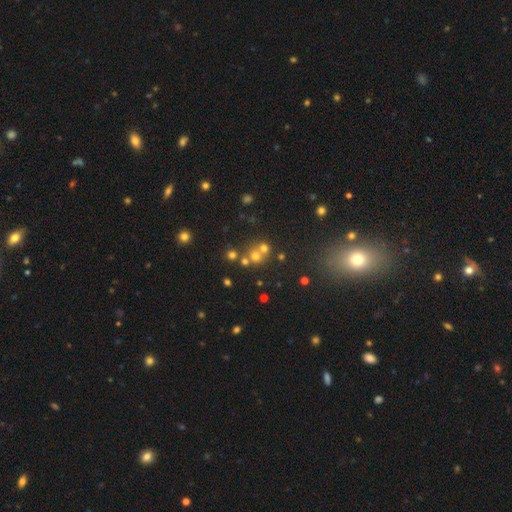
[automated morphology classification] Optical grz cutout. It shows a smooth galaxy with no disk features (54%) that is round (86%). Merging: none (52%).